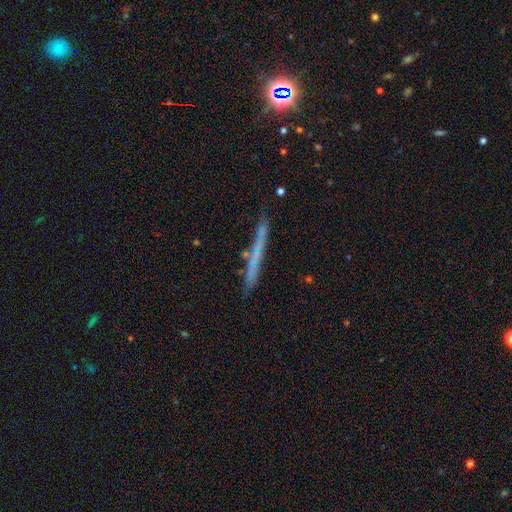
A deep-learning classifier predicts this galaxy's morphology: This is possibly a smooth galaxy (47%). Merging: clearly none (81%).